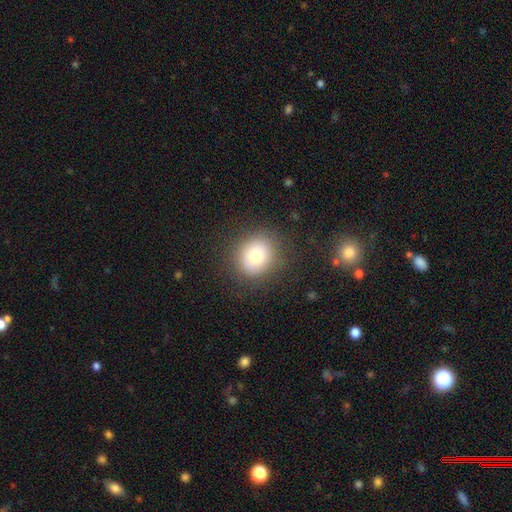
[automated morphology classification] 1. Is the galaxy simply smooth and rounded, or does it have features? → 78% smooth, 11% featured or disk, 11% star or artifact.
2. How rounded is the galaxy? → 75% round, 24% in between, 1% cigar-shaped.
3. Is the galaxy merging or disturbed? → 85% none, 9% minor disturbance, 4% major disturbance, 1% merger.